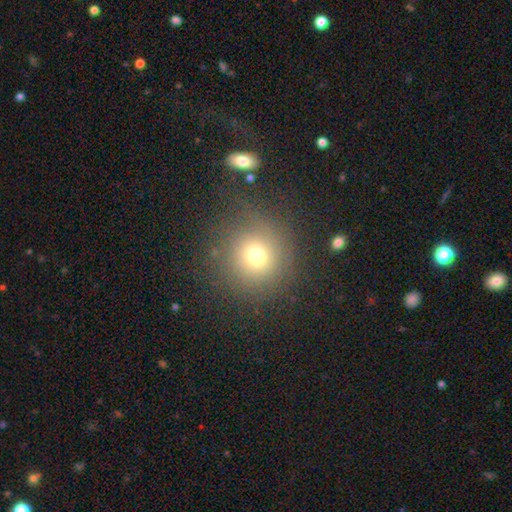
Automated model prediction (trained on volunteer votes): This is likely a smooth galaxy (71%). How rounded: clearly round (92%). Merging: clearly none (80%).